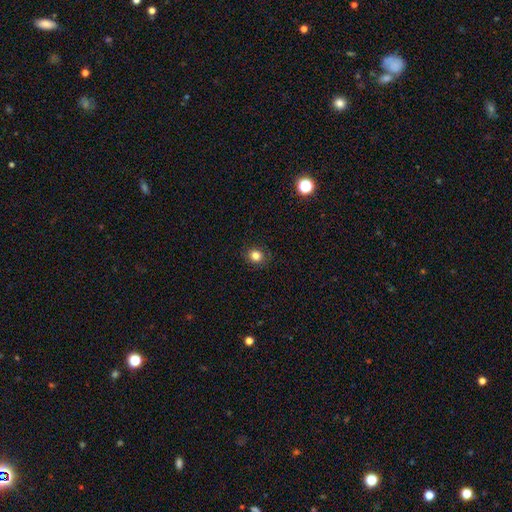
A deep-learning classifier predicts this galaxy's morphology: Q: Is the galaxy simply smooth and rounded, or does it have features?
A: smooth — 82%.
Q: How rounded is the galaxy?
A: round — 79%.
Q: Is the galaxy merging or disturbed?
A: none — 89%.